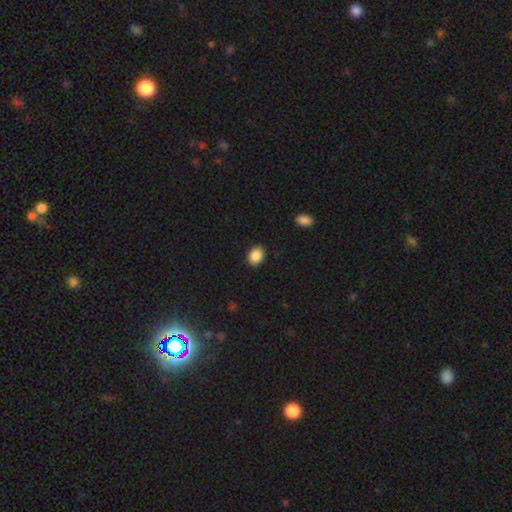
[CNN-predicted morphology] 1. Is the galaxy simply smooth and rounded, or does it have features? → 89% smooth, 8% star or artifact, 3% featured or disk.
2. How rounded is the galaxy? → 65% in between, 34% round, 1% cigar-shaped.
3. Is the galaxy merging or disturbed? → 88% none, 8% minor disturbance, 2% major disturbance, 1% merger.